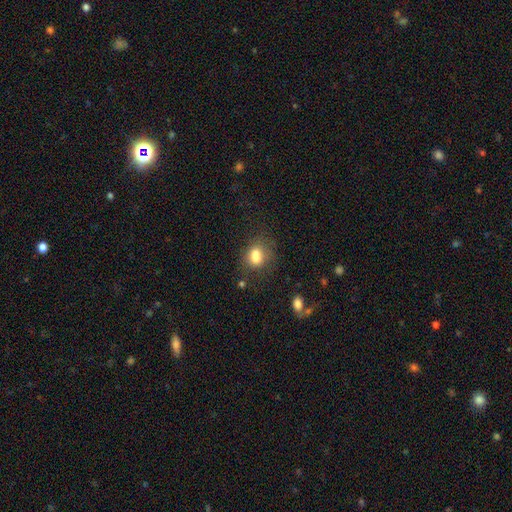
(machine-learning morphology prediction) The model was most divided on "how rounded": in between: 58%, round: 40%, cigar-shaped: 2%. More confident: smooth or featured — smooth (78%); merging — none (53%).